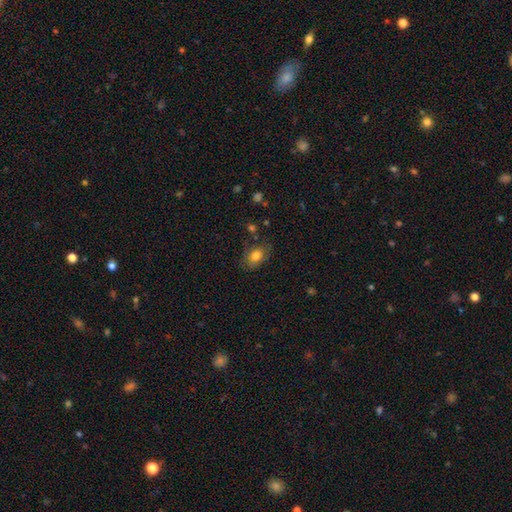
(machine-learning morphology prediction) Smooth or featured? smooth (77%)
How rounded? in between (78%)
Merging? none (70%)